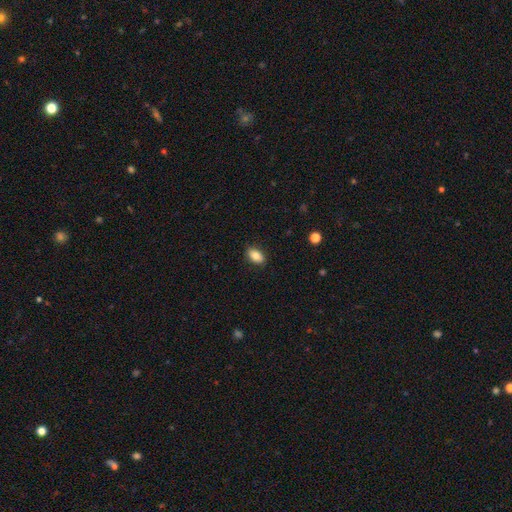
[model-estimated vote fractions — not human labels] The model was most divided on "smooth or featured": smooth: 83%, featured or disk: 10%, star or artifact: 8%. More confident: how rounded — in between (89%); merging — none (88%).